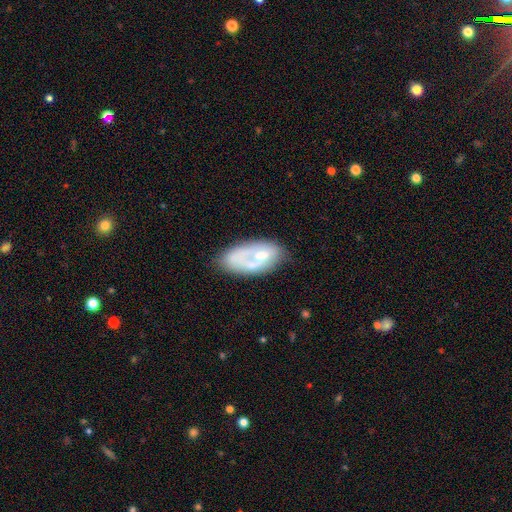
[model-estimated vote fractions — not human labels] smooth-or-featured: featured or disk: 48% | smooth: 44% | star or artifact: 8%
  merging: none: 48% | minor disturbance: 23% | merger: 16% | major disturbance: 14%